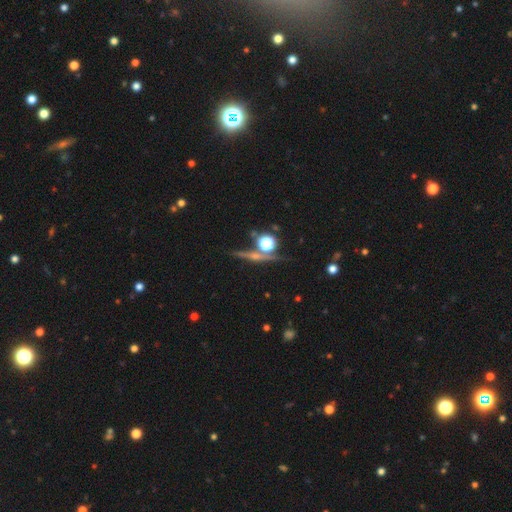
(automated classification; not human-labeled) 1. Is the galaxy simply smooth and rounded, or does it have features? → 54% featured or disk, 25% smooth, 20% star or artifact.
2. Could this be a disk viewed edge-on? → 91% yes, 9% no.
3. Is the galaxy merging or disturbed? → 77% none, 10% minor disturbance, 9% merger, 4% major disturbance.